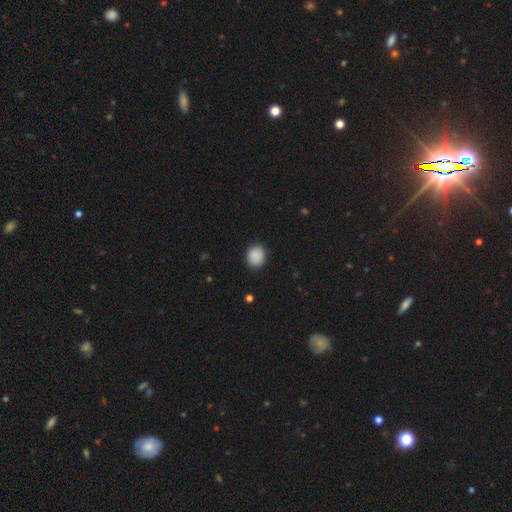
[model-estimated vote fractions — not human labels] The model was most divided on "how rounded": round: 74%, in between: 25%, cigar-shaped: 1%. More confident: merging — none (89%); smooth or featured — smooth (89%).